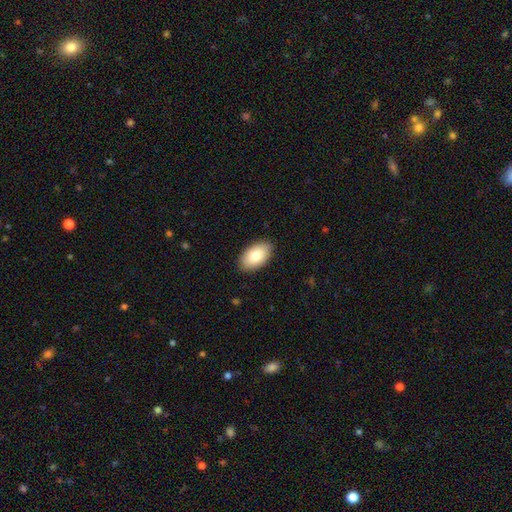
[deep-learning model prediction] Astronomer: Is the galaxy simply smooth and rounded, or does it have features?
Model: smooth — 82%.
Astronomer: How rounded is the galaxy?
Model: in between — 95%.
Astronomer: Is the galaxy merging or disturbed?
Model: none — 88%.